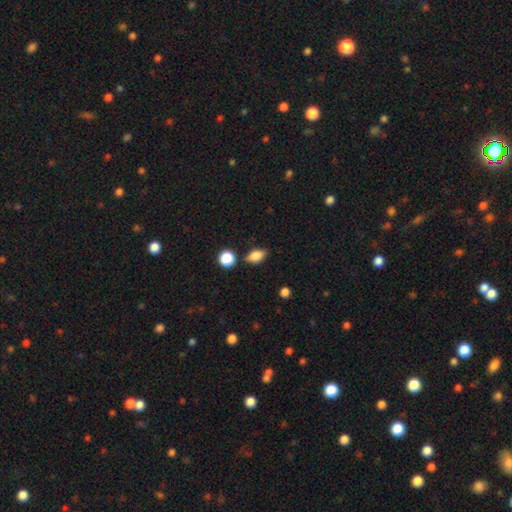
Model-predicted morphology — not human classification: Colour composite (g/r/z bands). It shows a smooth galaxy with no disk features (81%) that is in between round and cigar-shaped (83%). Merging: none (77%).